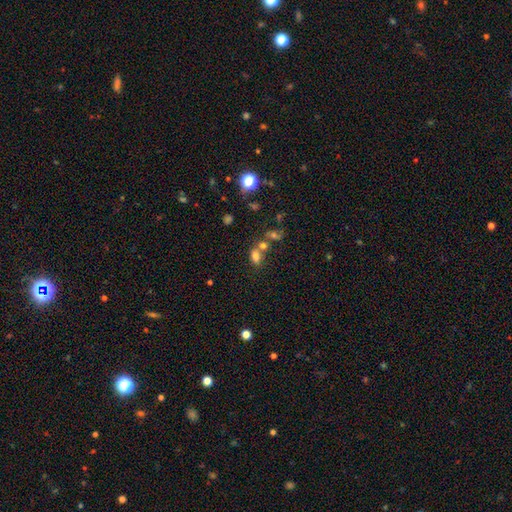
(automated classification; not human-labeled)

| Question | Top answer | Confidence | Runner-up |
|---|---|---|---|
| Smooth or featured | smooth | 73% | star or artifact (16%) |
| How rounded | in between | 80% | round (17%) |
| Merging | none | 44% | merger (39%) |